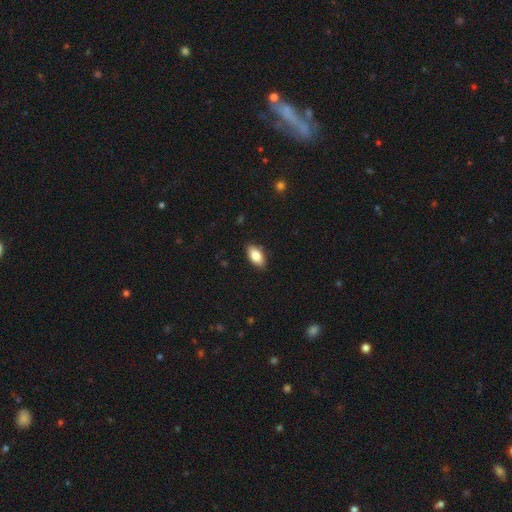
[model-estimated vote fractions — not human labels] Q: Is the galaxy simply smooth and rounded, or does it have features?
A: smooth — 83%.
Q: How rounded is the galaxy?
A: in between — 91%.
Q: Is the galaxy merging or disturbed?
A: none — 87%.